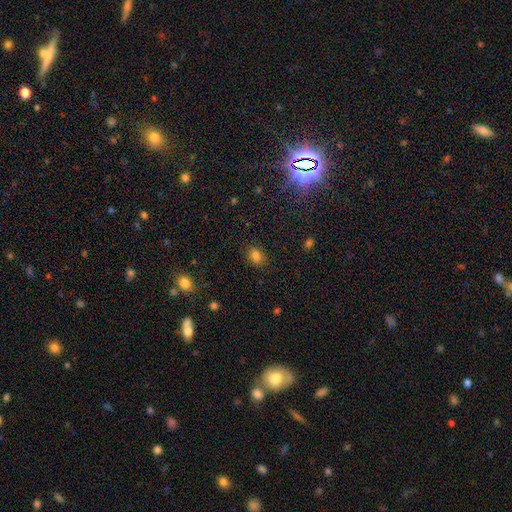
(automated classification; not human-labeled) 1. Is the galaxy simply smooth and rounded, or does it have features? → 80% smooth, 14% star or artifact, 6% featured or disk.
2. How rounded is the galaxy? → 72% in between, 27% round, 2% cigar-shaped.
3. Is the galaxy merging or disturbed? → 81% none, 13% minor disturbance, 3% major disturbance, 2% merger.